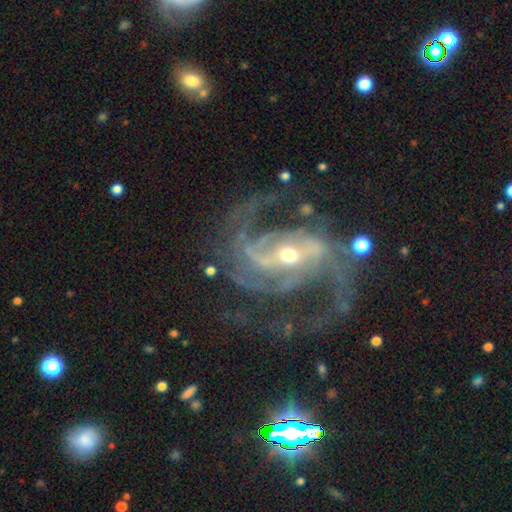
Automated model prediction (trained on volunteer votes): featured or disk 92%, star or artifact 5%, smooth 2%. Down the decision tree: edge-on disk — no (98%); bar — strong (47%); spiral arms — yes (98%); spiral arm count — 2 (52%); spiral winding — medium (58%); bulge size — moderate (49%); merging — none (60%).